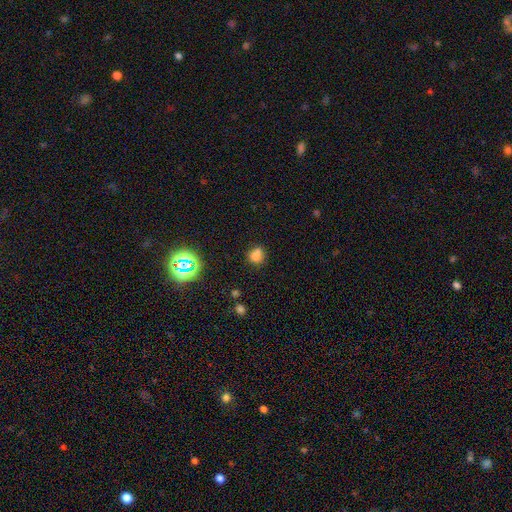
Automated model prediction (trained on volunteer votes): Smooth or featured? smooth (71%)
How rounded? round (80%)
Merging? none (49%)